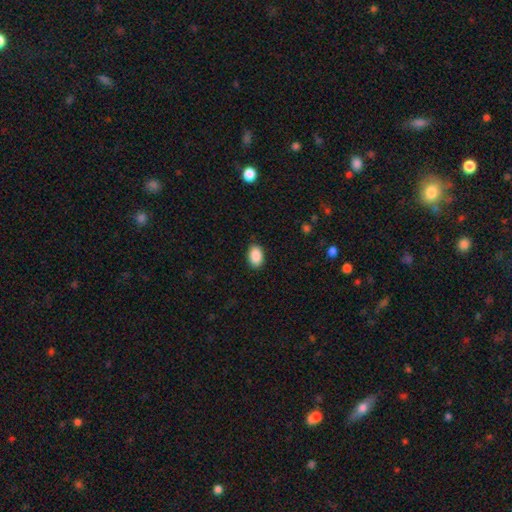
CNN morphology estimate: Smooth or featured?
  - smooth: 90% *
  - star or artifact: 7%
  - featured or disk: 3%
How rounded?
  - in between: 90% *
  - round: 9%
  - cigar-shaped: 1%
Merging?
  - none: 87% *
  - minor disturbance: 10%
  - major disturbance: 2%
  - merger: 1%